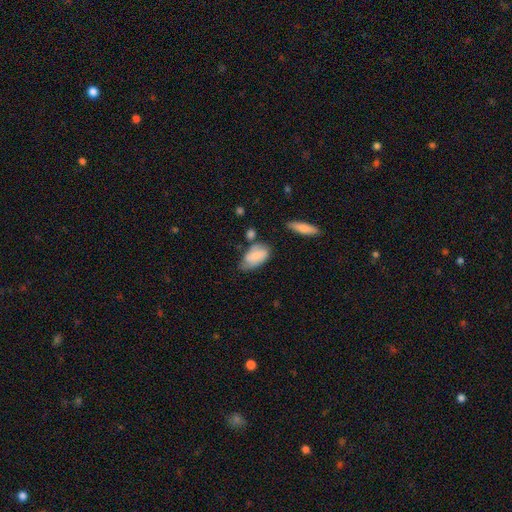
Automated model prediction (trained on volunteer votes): Morphology: type=smooth (72%); roundness=in between (92%); merging=none (47%).